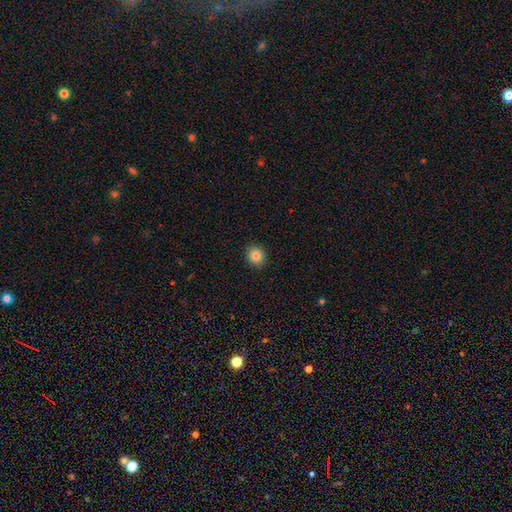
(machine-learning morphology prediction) type=smooth (83%); roundness=round (78%); merging=none (91%).